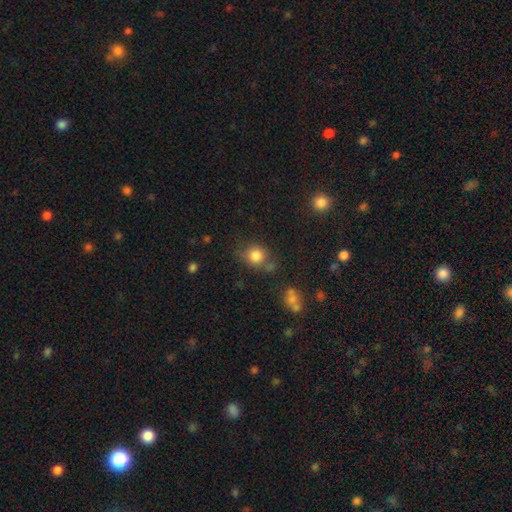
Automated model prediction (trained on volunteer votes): smooth-or-featured: smooth: 82% | star or artifact: 11% | featured or disk: 7%
  how-rounded: round: 81% | in between: 18% | cigar-shaped: 1%
  merging: none: 67% | minor disturbance: 17% | merger: 10% | major disturbance: 6%